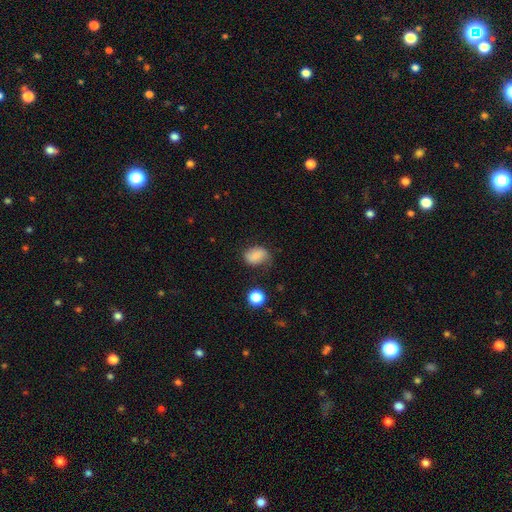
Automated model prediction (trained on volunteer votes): Smooth or featured? Predicted: smooth (p=0.77). How rounded? Predicted: in between (p=0.68). Merging? Predicted: none (p=0.59).